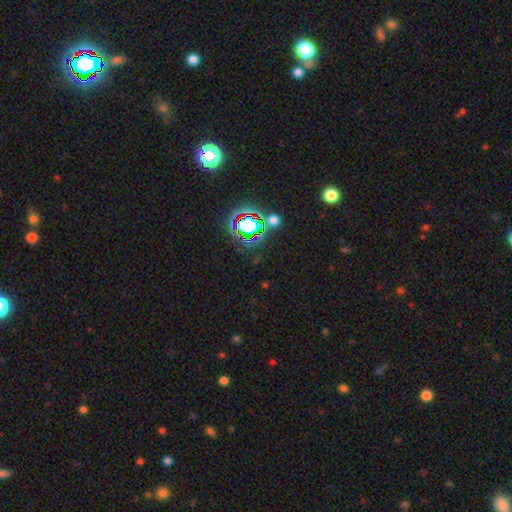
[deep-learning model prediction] Smooth or featured?
  - star or artifact: 77% *
  - smooth: 15%
  - featured or disk: 8%